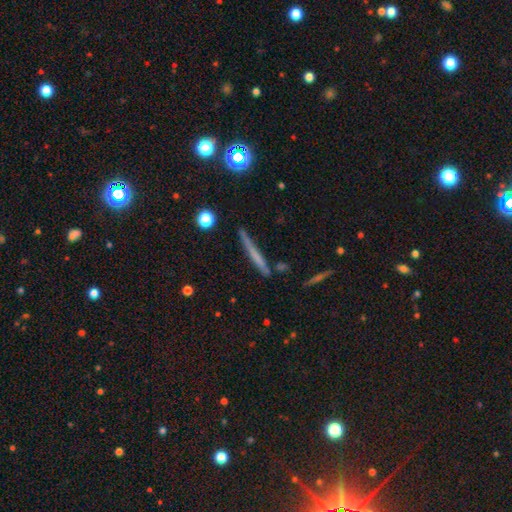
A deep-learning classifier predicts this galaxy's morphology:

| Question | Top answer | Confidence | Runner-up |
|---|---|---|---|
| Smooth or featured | smooth | 51% | featured or disk (40%) |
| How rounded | cigar-shaped | 94% | in between (3%) |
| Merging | none | 83% | minor disturbance (12%) |